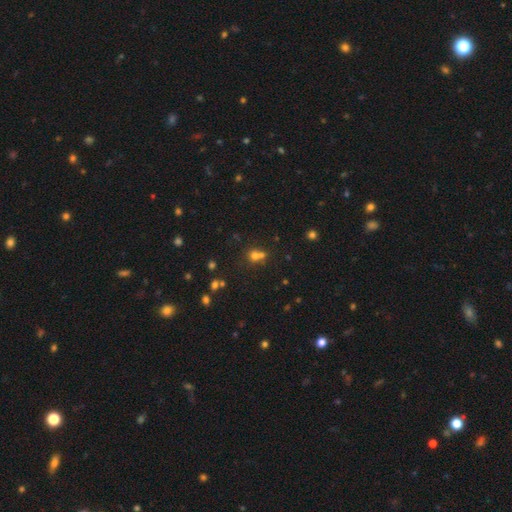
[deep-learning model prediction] smooth_or_featured: smooth (p=0.63) [alt: star or artifact p=0.24]
how_rounded: round (p=0.81) [alt: in between p=0.18]
merging: merger (p=0.48) [alt: none p=0.41]